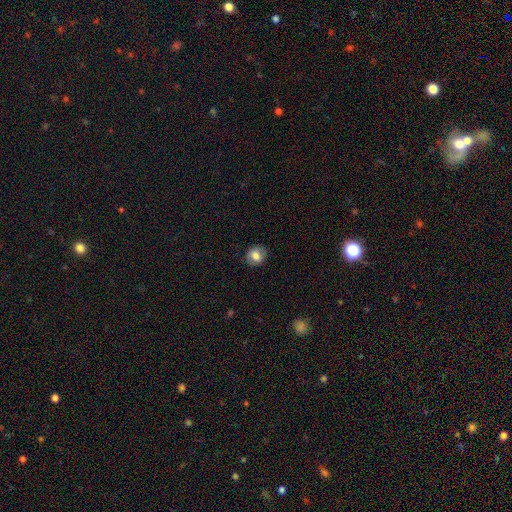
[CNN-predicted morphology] Smooth or featured?
  - smooth: 73% *
  - featured or disk: 19%
  - star or artifact: 9%
How rounded?
  - round: 69% *
  - in between: 30%
  - cigar-shaped: 1%
Merging?
  - none: 85% *
  - minor disturbance: 11%
  - major disturbance: 3%
  - merger: 1%